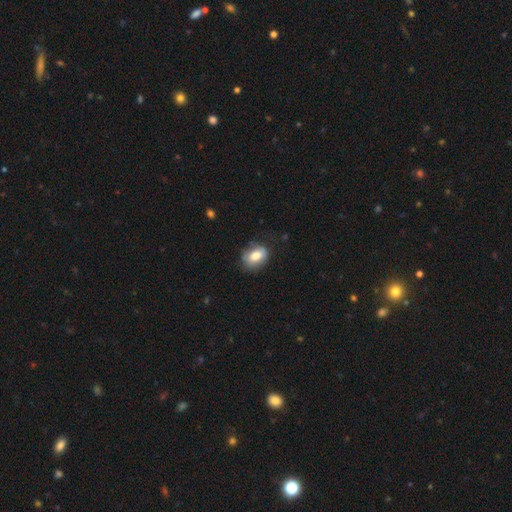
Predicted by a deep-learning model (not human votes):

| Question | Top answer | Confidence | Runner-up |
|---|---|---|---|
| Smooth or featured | smooth | 73% | featured or disk (19%) |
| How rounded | in between | 70% | round (29%) |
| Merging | none | 68% | minor disturbance (23%) |